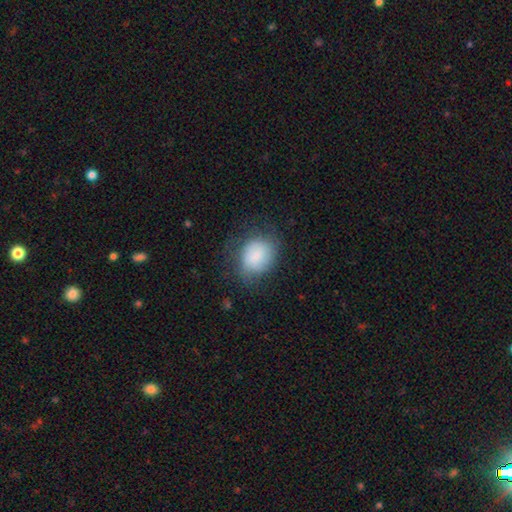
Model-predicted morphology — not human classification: Q: Smooth or featured?
A: smooth (77%); runner-up: featured or disk (15%)
Q: How rounded?
A: round (53%); runner-up: in between (46%)
Q: Merging?
A: none (53%); runner-up: minor disturbance (28%)